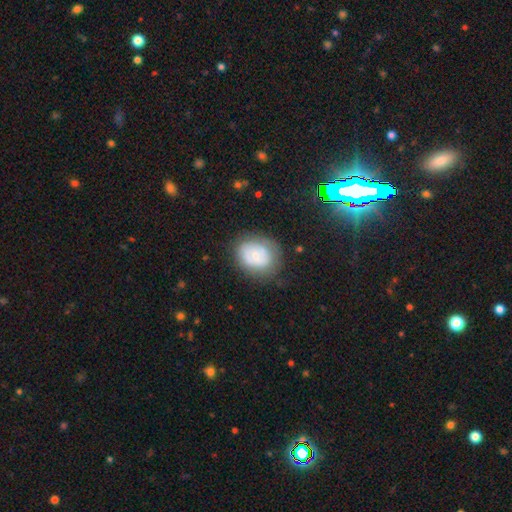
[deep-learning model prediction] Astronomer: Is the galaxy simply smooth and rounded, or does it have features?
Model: smooth — 49% (runner-up: featured or disk, 43%).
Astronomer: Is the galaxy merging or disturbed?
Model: none — 67%.